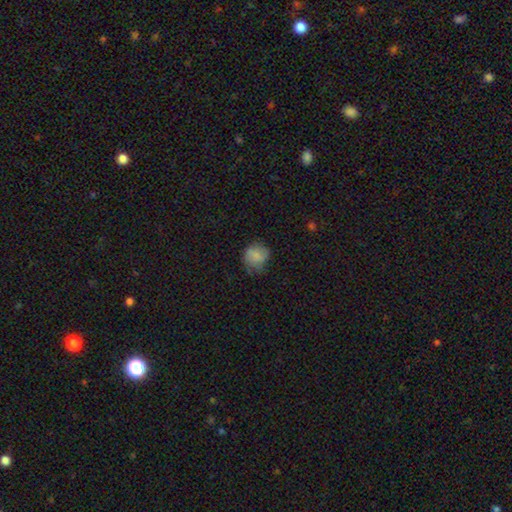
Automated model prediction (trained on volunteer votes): smooth_or_featured: smooth (p=0.76) [alt: featured or disk p=0.15]
how_rounded: round (p=0.76) [alt: in between p=0.23]
merging: none (p=0.57) [alt: minor disturbance p=0.30]